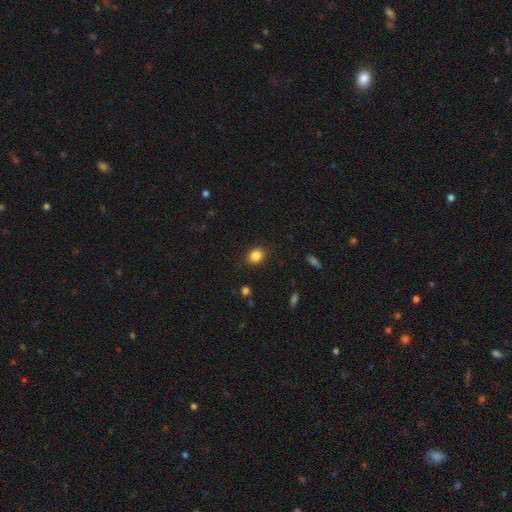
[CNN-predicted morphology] Smooth or featured? Predicted: smooth (p=0.84). How rounded? Predicted: round (p=0.65). Merging? Predicted: none (p=0.88).